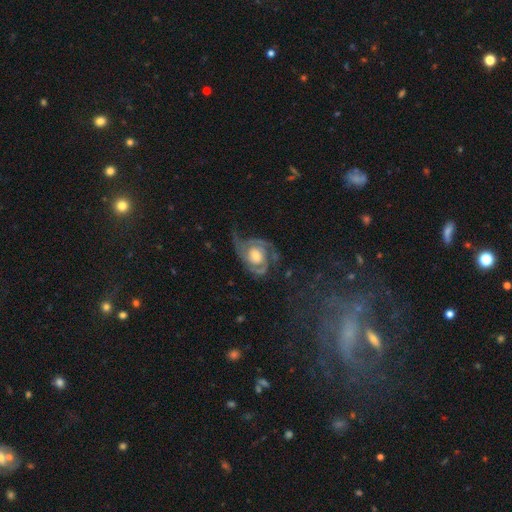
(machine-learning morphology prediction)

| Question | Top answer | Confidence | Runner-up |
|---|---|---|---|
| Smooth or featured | featured or disk | 87% | smooth (7%) |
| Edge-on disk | no | 97% | yes (3%) |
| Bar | no | 71% | weak (24%) |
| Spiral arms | yes | 96% | no (4%) |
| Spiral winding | tight | 47% | medium (41%) |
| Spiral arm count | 2 | 57% | 3 (19%) |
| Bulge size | moderate | 61% | large (19%) |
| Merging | none | 53% | minor disturbance (23%) |